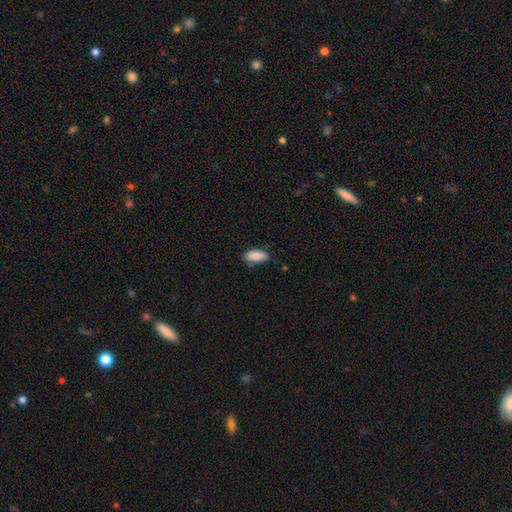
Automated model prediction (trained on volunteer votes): Smooth or featured?
  - smooth: 88% *
  - star or artifact: 7%
  - featured or disk: 5%
How rounded?
  - in between: 90% *
  - cigar-shaped: 8%
  - round: 2%
Merging?
  - none: 74% *
  - minor disturbance: 21%
  - major disturbance: 3%
  - merger: 2%